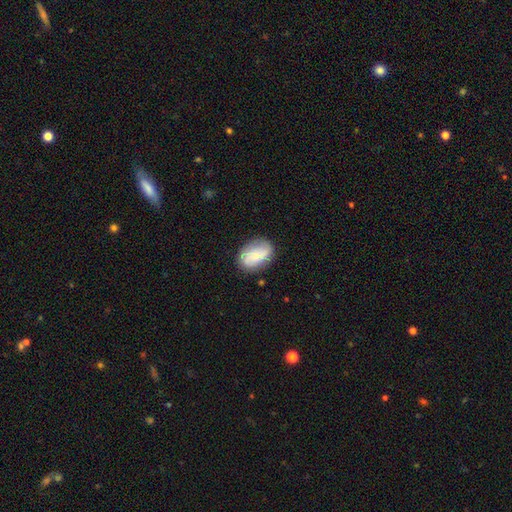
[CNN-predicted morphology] A smooth galaxy with no disk features (53%) that is in between round and cigar-shaped (80%).

Vote fractions:
- Smooth or featured? smooth: 53% / featured or disk: 39% / star or artifact: 8%
- How rounded? in between: 80% / round: 18% / cigar-shaped: 2%
- Merging? none: 70% / minor disturbance: 20% / major disturbance: 7% / merger: 2%